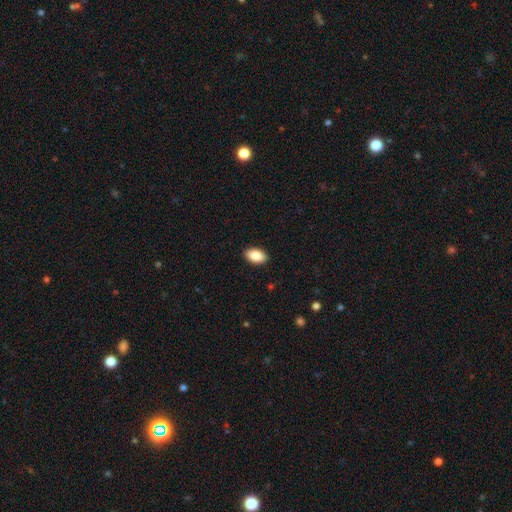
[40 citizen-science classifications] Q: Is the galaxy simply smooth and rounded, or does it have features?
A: smooth — 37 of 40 (92%).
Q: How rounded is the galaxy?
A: in between — 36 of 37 (97%).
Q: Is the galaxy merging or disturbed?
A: none — 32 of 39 (82%).